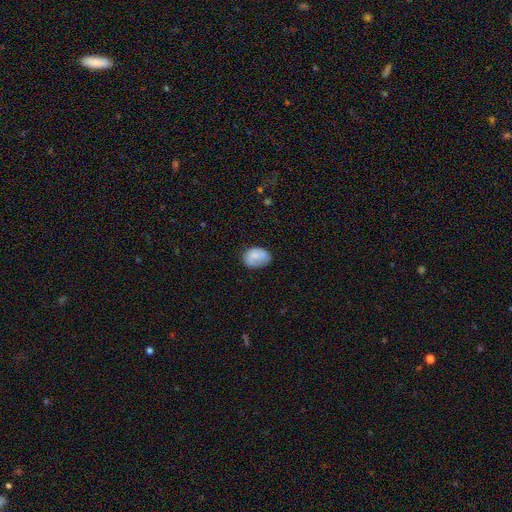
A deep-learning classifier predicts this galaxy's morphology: This appears to be a smooth galaxy with no disk features (81%) that is in between round and cigar-shaped (74%). Merging: none (62%).